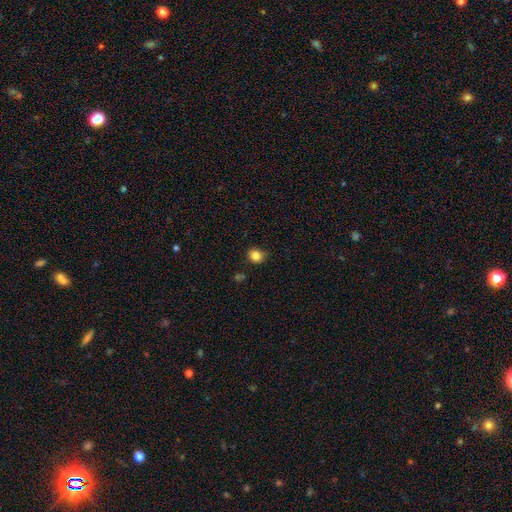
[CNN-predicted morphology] Smooth or featured? Predicted: smooth (p=0.83). How rounded? Predicted: round (p=0.79). Merging? Predicted: none (p=0.82).